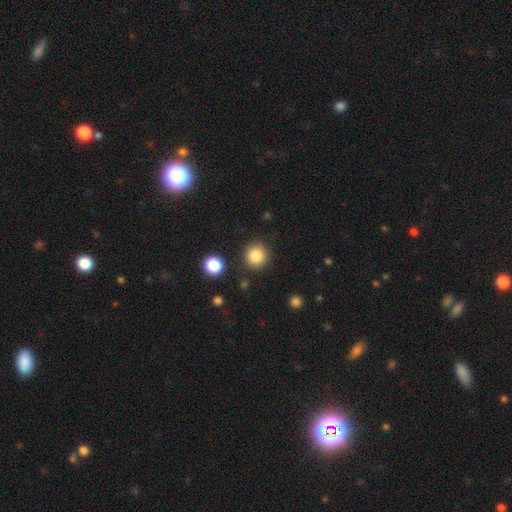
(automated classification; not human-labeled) smooth 85%, star or artifact 10%, featured or disk 5%. Down the decision tree: how rounded — round (94%); merging — none (88%).